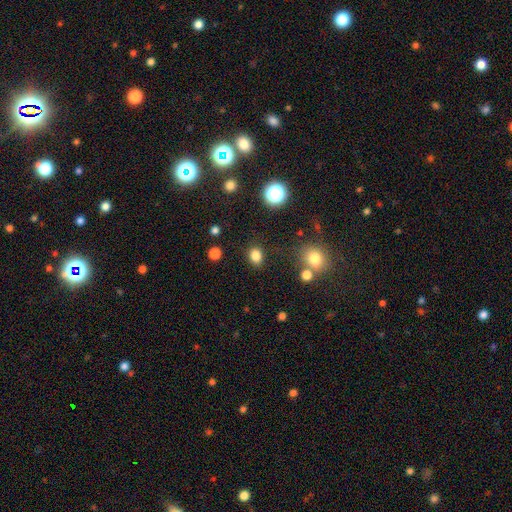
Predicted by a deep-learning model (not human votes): smooth-or-featured: smooth: 82% | star or artifact: 13% | featured or disk: 5%
  how-rounded: in between: 53% | round: 45% | cigar-shaped: 1%
  merging: none: 83% | minor disturbance: 11% | major disturbance: 4% | merger: 3%